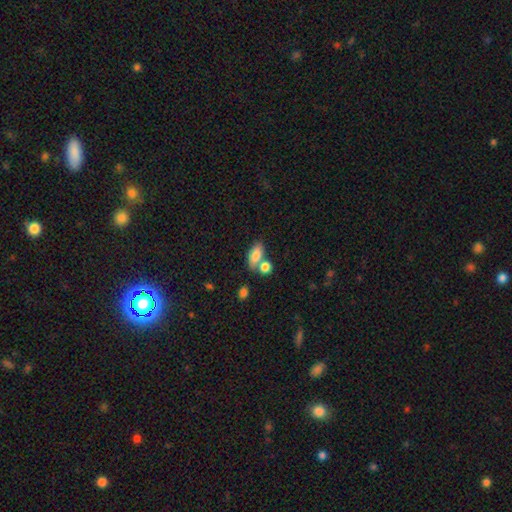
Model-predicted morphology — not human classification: Overall: smooth (81%). How rounded: in between (85%). Merging: none (49%; merger 35%).